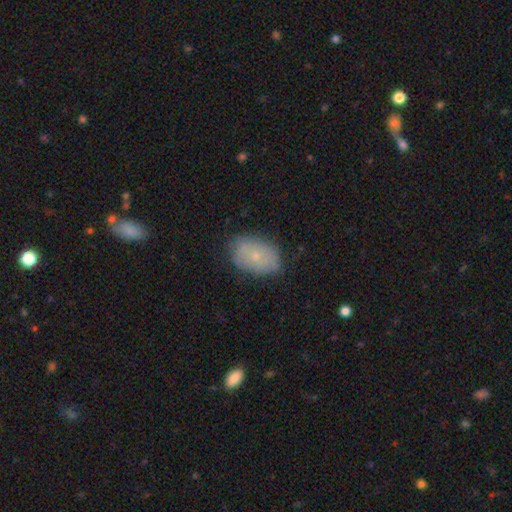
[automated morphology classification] This appears to be a smooth galaxy with no disk features (68%) that is in between round and cigar-shaped (86%). Merging: none (75%).